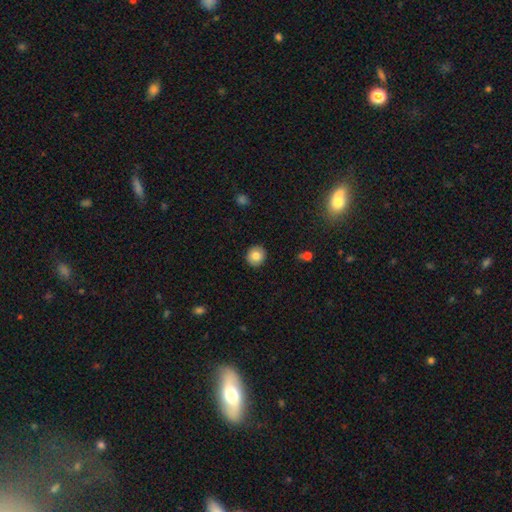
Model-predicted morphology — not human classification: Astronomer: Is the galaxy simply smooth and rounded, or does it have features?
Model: smooth — 82%.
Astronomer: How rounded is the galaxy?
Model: round — 87%.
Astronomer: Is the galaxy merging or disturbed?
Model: none — 91%.